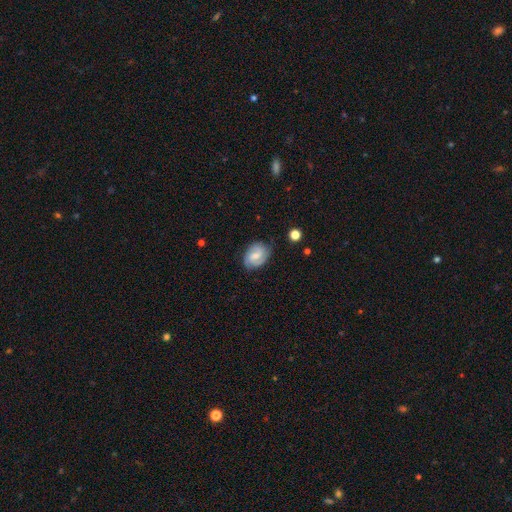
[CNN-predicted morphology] smooth_or_featured: featured or disk (p=0.61) [alt: smooth p=0.31]
disk_edge_on: no (p=0.97) [alt: yes p=0.03]
bar: weak (p=0.54) [alt: no p=0.31]
has_spiral_arms: yes (p=0.91) [alt: no p=0.09]
spiral_winding: medium (p=0.43) [alt: tight p=0.42]
spiral_arm_count: 2 (p=0.65) [alt: can't tell p=0.16]
bulge_size: moderate (p=0.42) [alt: small p=0.39]
merging: none (p=0.76) [alt: minor disturbance p=0.18]